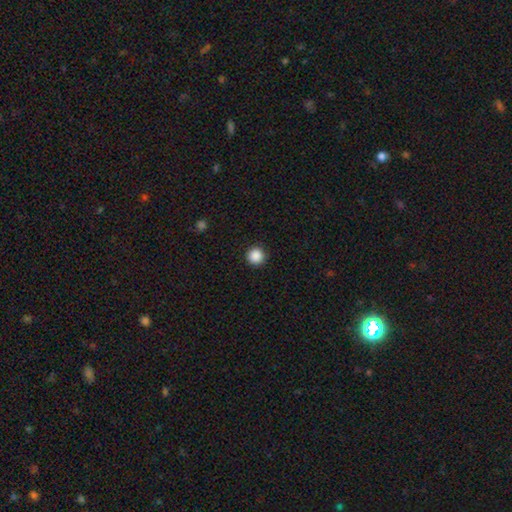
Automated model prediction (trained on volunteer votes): smooth_or_featured: smooth (p=0.88) [alt: star or artifact p=0.10]
how_rounded: round (p=0.96) [alt: in between p=0.03]
merging: none (p=0.93) [alt: minor disturbance p=0.05]